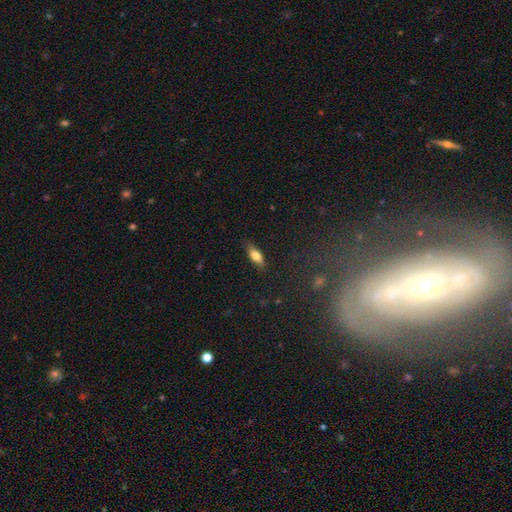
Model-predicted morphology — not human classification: smooth 78%, featured or disk 15%, star or artifact 7%. Down the decision tree: how rounded — in between (74%); merging — none (84%).